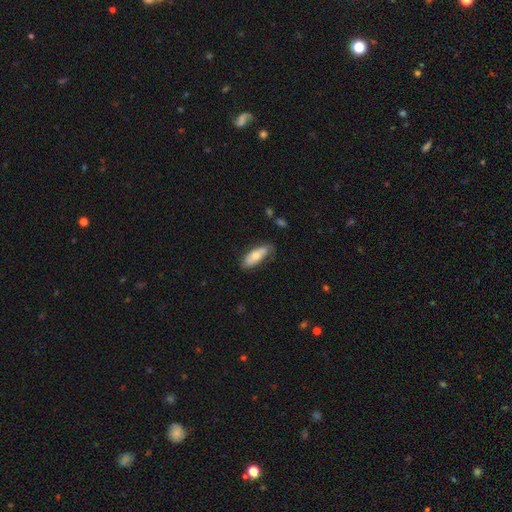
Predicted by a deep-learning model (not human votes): Morphology: type=smooth (64%); roundness=in between (73%); merging=none (70%).